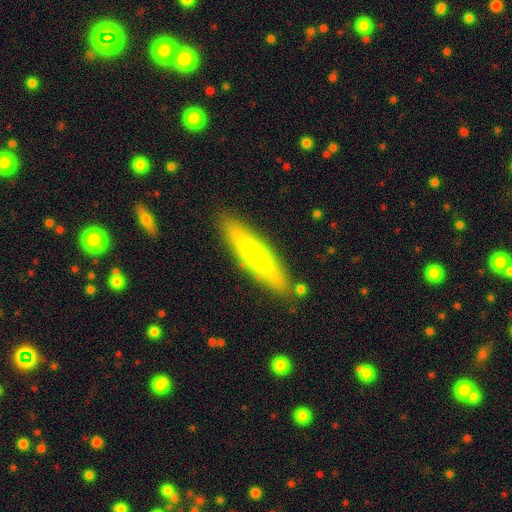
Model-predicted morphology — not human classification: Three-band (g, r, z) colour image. It shows a smooth galaxy with no disk features (53%) that is cigar-shaped (81%). Merging: none (87%).